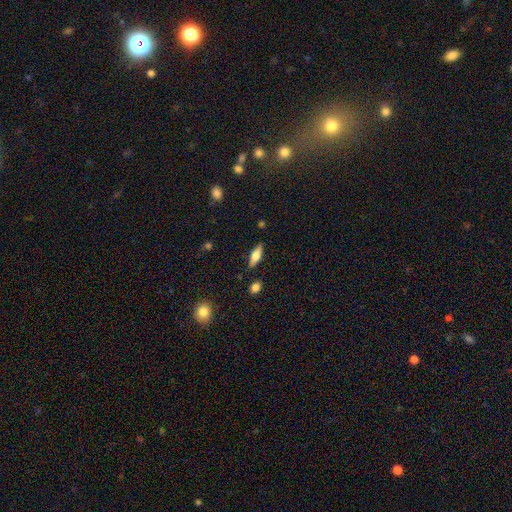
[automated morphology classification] smooth-or-featured: smooth: 47% | featured or disk: 46% | star or artifact: 7%
  merging: none: 85% | minor disturbance: 10% | major disturbance: 2% | merger: 2%